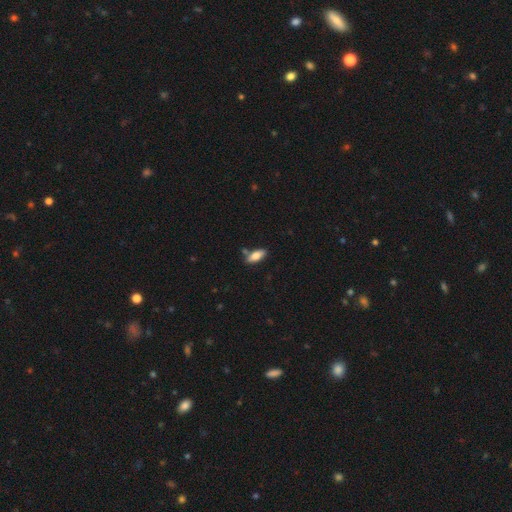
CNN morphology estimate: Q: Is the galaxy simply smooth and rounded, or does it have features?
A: smooth — 77%.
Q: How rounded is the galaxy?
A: in between — 79%.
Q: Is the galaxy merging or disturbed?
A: none — 76%.